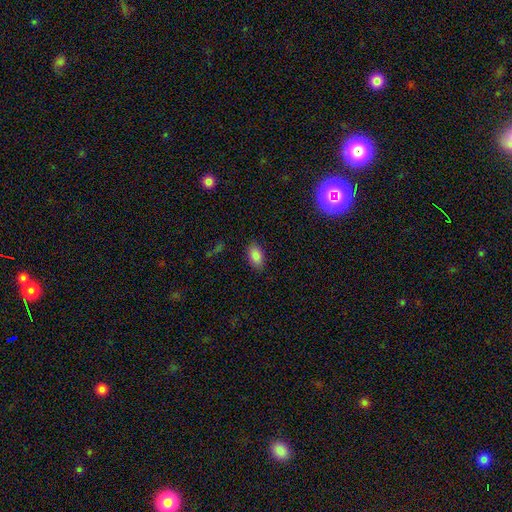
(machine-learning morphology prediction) A smooth galaxy with no disk features (86%) that is in between round and cigar-shaped (92%).

Vote fractions:
- Smooth or featured? smooth: 86% / star or artifact: 9% / featured or disk: 5%
- How rounded? in between: 92% / round: 5% / cigar-shaped: 3%
- Merging? none: 85% / minor disturbance: 11% / major disturbance: 3% / merger: 1%